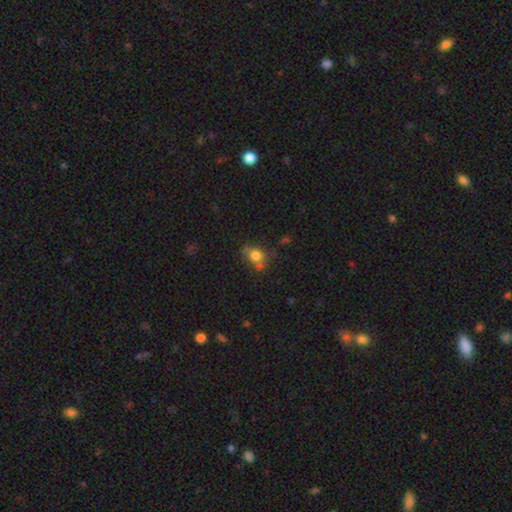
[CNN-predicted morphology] A smooth galaxy with no disk features (72%) that is round (57%).

Vote fractions:
- Smooth or featured? smooth: 72% / featured or disk: 15% / star or artifact: 12%
- How rounded? round: 57% / in between: 42% / cigar-shaped: 2%
- Merging? none: 54% / minor disturbance: 24% / merger: 13% / major disturbance: 10%